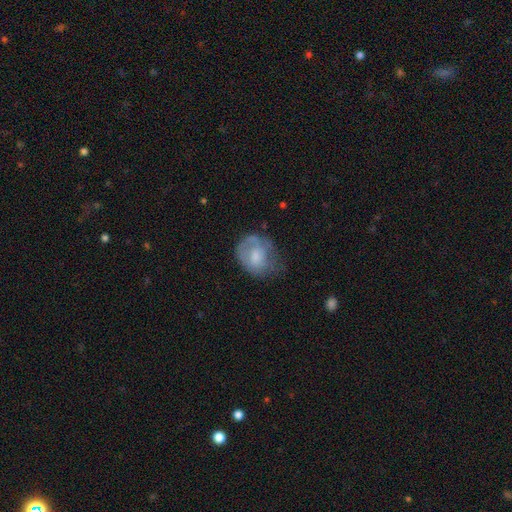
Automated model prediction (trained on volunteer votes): smooth 54%, featured or disk 39%, star or artifact 8%. Down the decision tree: how rounded — round (51%); merging — none (42%).